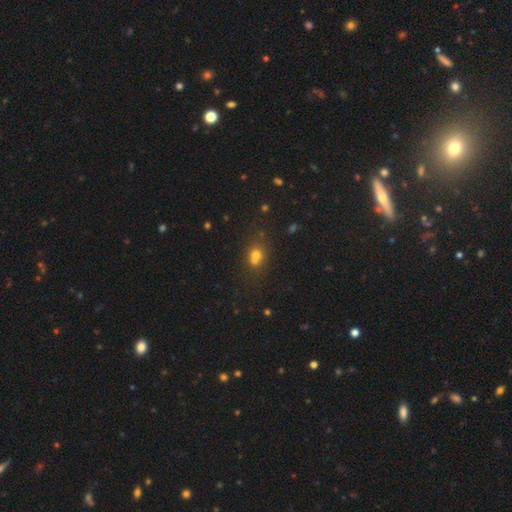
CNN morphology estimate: Smooth or featured: smooth — 65% (star or artifact — 20%)
How rounded: round — 71% (in between — 28%)
Merging: merger — 48% (none — 41%)